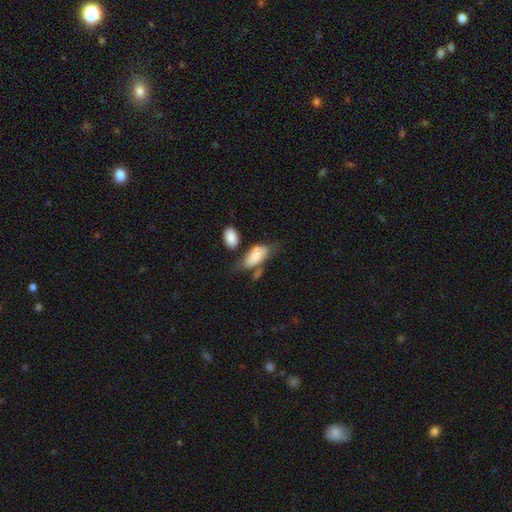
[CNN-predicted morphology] smooth-or-featured: smooth: 72% | featured or disk: 22% | star or artifact: 6%
  how-rounded: in between: 86% | cigar-shaped: 11% | round: 3%
  merging: none: 39% | minor disturbance: 26% | merger: 20% | major disturbance: 14%